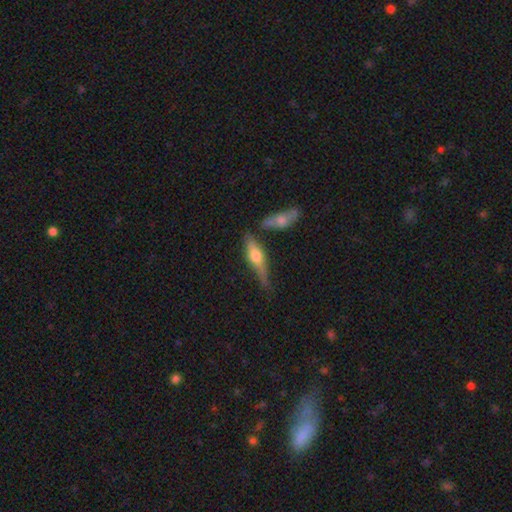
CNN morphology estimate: This is possibly a featured or disk galaxy (52%). It is clearly viewed edge-on (89%). Merging: possibly none (57%).